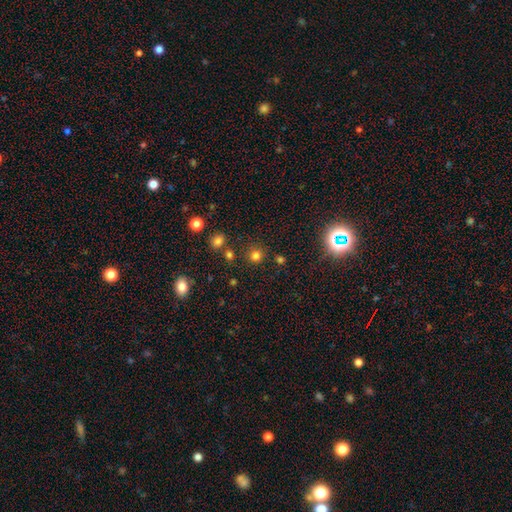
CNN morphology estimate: A smooth galaxy with no disk features (77%) that is round (92%).

Vote fractions:
- Smooth or featured? smooth: 77% / star or artifact: 18% / featured or disk: 5%
- How rounded? round: 92% / in between: 7% / cigar-shaped: 1%
- Merging? none: 83% / minor disturbance: 8% / merger: 6% / major disturbance: 3%